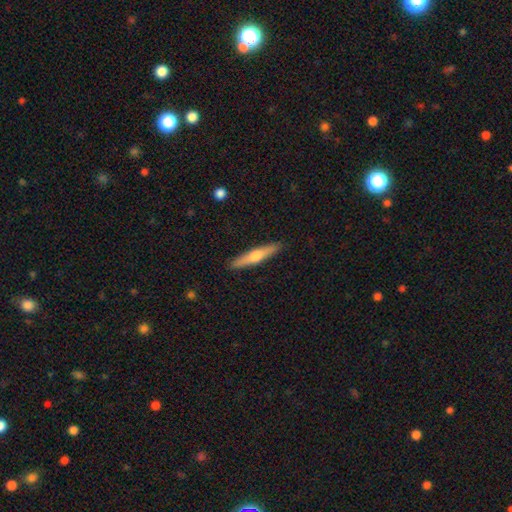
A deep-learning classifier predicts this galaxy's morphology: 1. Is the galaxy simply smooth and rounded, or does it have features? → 48% featured or disk, 47% smooth, 5% star or artifact.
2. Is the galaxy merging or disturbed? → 90% none, 7% minor disturbance, 2% major disturbance, 1% merger.